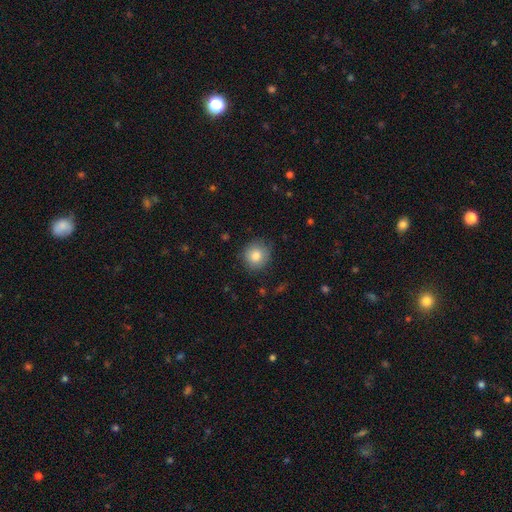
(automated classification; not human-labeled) Smooth or featured? smooth (82%)
How rounded? round (89%)
Merging? none (84%)